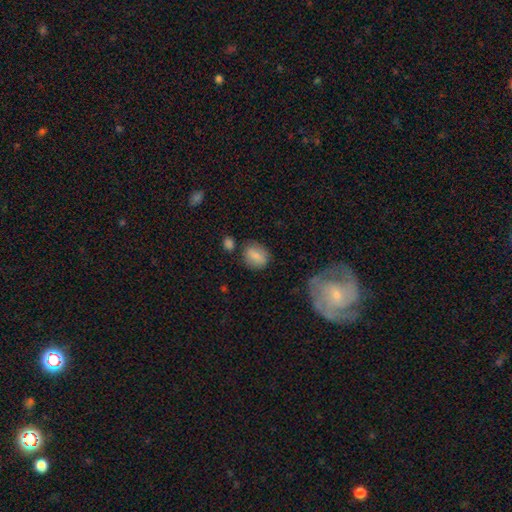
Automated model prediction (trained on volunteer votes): Smooth or featured: smooth — 80% (featured or disk — 12%)
How rounded: in between — 54% (round — 44%)
Merging: none — 74% (minor disturbance — 15%)